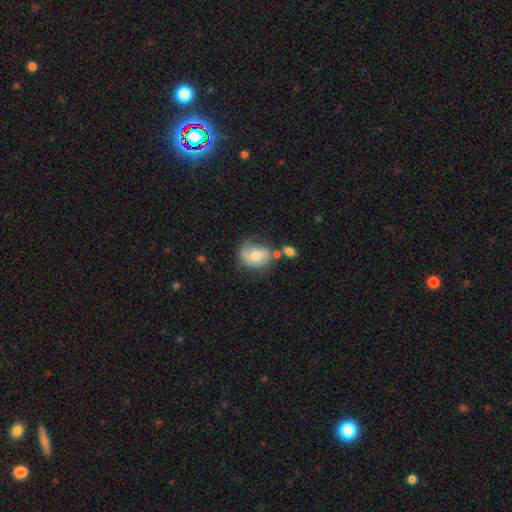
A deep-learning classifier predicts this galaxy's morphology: Smooth or featured?
  - smooth: 58% *
  - featured or disk: 33%
  - star or artifact: 9%
How rounded?
  - in between: 58% *
  - round: 40%
  - cigar-shaped: 1%
Merging?
  - none: 50% *
  - minor disturbance: 27%
  - merger: 12%
  - major disturbance: 11%